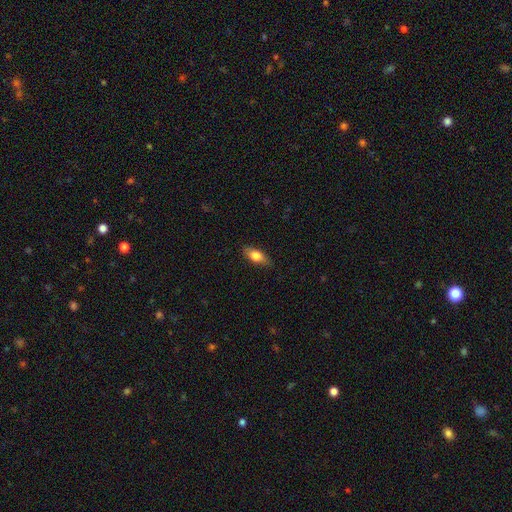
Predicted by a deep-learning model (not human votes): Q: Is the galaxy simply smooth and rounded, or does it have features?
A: smooth — 77%.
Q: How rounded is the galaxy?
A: in between — 81%.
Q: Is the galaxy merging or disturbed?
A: none — 83%.